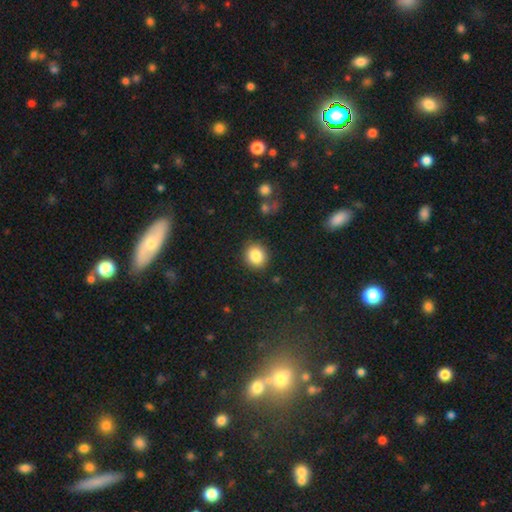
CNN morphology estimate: type=smooth (85%); roundness=round (82%); merging=none (89%).